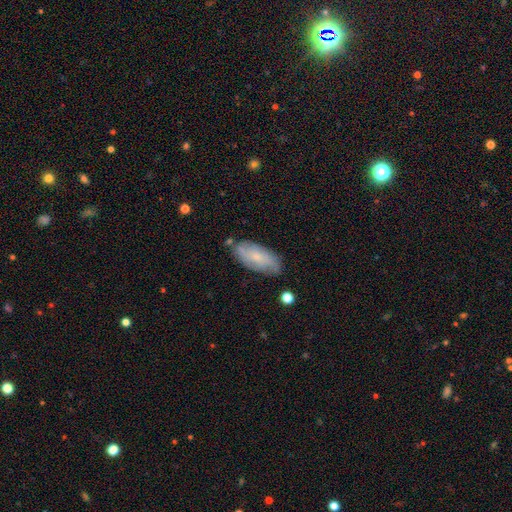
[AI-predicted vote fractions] smooth 53%, featured or disk 39%, star or artifact 7%. Down the decision tree: how rounded — in between (87%); merging — none (73%).